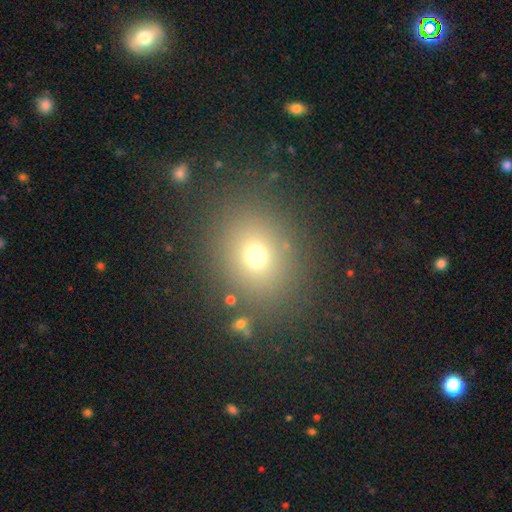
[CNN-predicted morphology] Smooth or featured: smooth — 69% (star or artifact — 21%)
How rounded: round — 67% (in between — 32%)
Merging: none — 83% (minor disturbance — 9%)